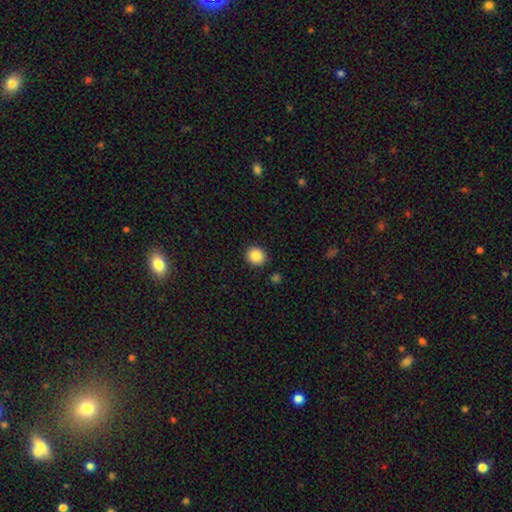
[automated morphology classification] Overall: smooth (87%). How rounded: round (82%). Merging: none (89%).